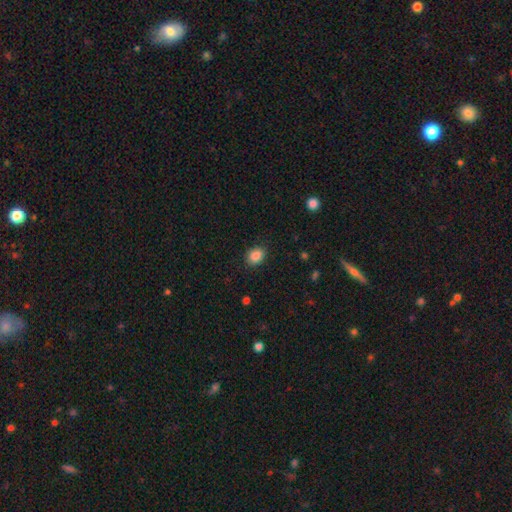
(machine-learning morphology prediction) A smooth galaxy with no disk features (87%) that is in between round and cigar-shaped (63%).

Vote fractions:
- Smooth or featured? smooth: 87% / star or artifact: 9% / featured or disk: 4%
- How rounded? in between: 63% / round: 36% / cigar-shaped: 1%
- Merging? none: 88% / minor disturbance: 9% / major disturbance: 2% / merger: 1%